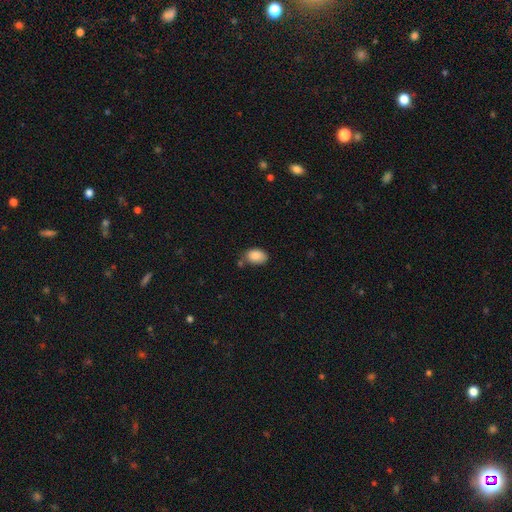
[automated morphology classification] Smooth or featured: smooth — 87% (star or artifact — 8%)
How rounded: in between — 84% (round — 15%)
Merging: none — 66% (minor disturbance — 21%)